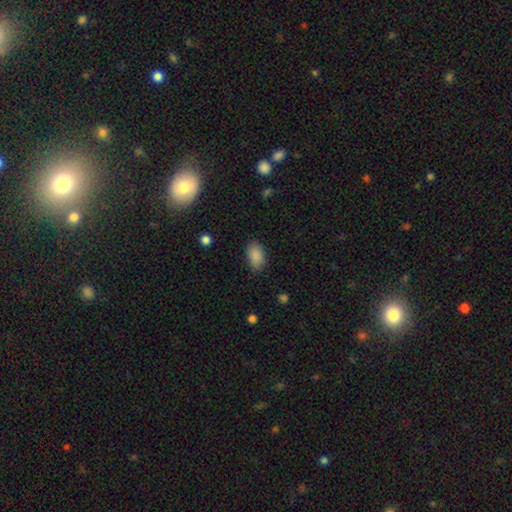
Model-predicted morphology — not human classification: A smooth galaxy with no disk features (88%) that is in between round and cigar-shaped (91%).

Vote fractions:
- Smooth or featured? smooth: 88% / star or artifact: 8% / featured or disk: 4%
- How rounded? in between: 91% / round: 8% / cigar-shaped: 1%
- Merging? none: 84% / minor disturbance: 12% / major disturbance: 3% / merger: 1%